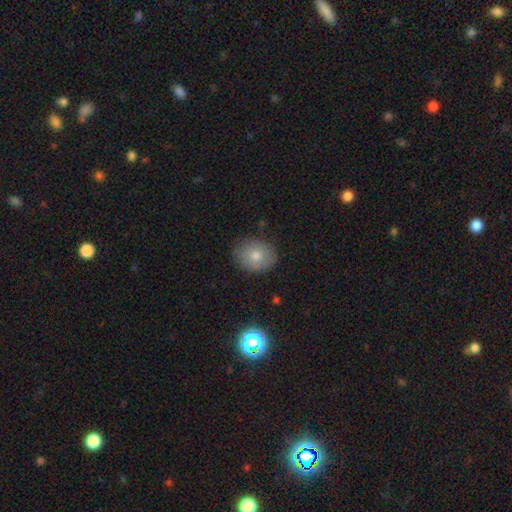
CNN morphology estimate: Smooth or featured: smooth — 73% (featured or disk — 16%)
How rounded: round — 54% (in between — 45%)
Merging: none — 85% (minor disturbance — 12%)